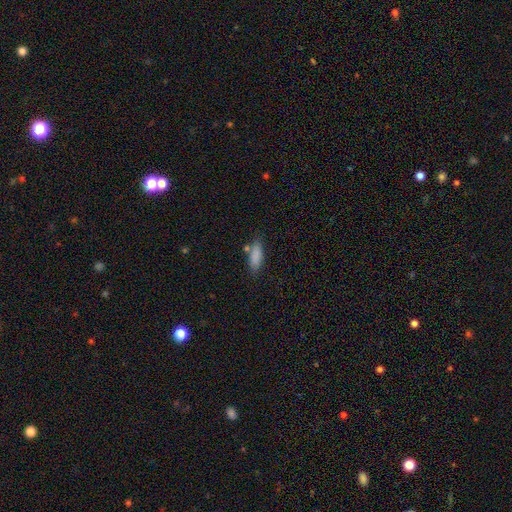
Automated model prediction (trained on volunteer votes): smooth 86%, star or artifact 8%, featured or disk 7%. Down the decision tree: how rounded — in between (65%); merging — none (72%).